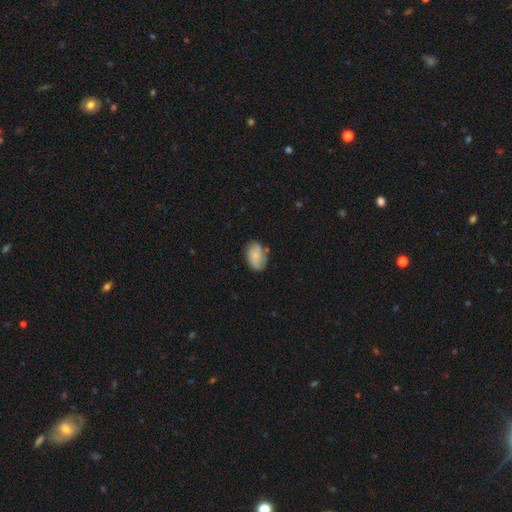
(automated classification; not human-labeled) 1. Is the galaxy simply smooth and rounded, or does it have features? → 76% smooth, 17% featured or disk, 7% star or artifact.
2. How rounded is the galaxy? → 87% in between, 11% round, 1% cigar-shaped.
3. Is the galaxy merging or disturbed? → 69% none, 22% minor disturbance, 5% major disturbance, 4% merger.